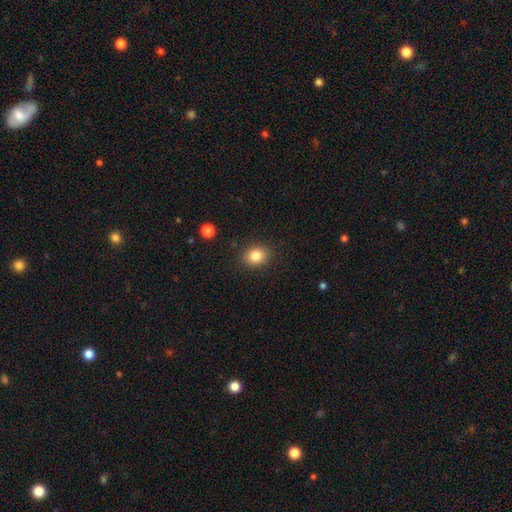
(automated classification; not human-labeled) smooth_or_featured: smooth (p=0.83) [alt: star or artifact p=0.10]
how_rounded: round (p=0.62) [alt: in between p=0.37]
merging: none (p=0.88) [alt: minor disturbance p=0.08]